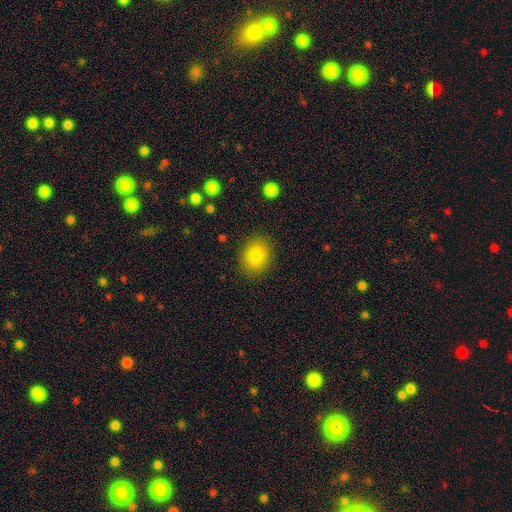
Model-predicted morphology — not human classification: The model was most divided on "how rounded": round: 64%, in between: 35%, cigar-shaped: 1%. More confident: merging — none (86%); smooth or featured — smooth (83%).